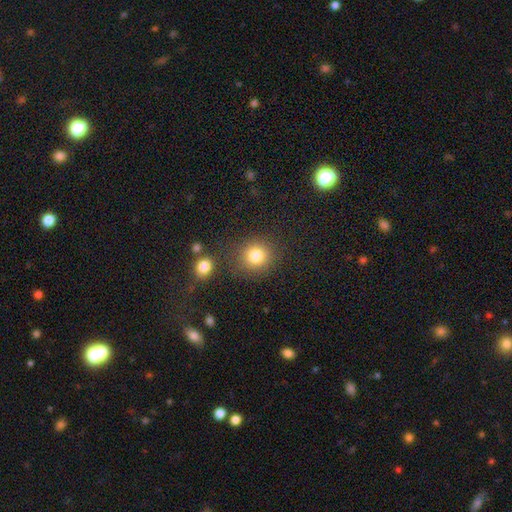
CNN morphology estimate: type=smooth (83%); roundness=round (88%); merging=none (80%).